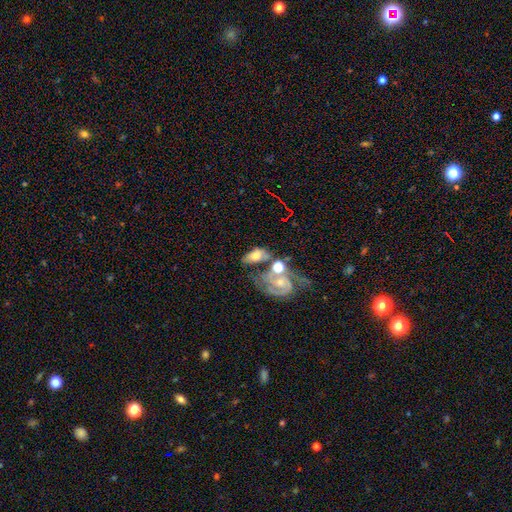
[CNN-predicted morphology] type=featured or disk (52%); edge-on=no (94%); merging=merger (42%).